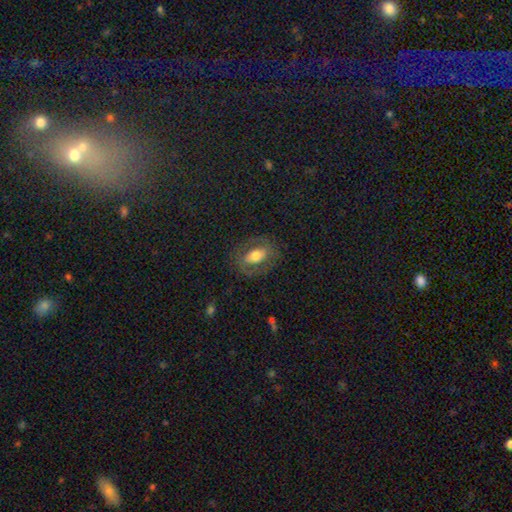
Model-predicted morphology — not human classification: smooth 49%, featured or disk 42%, star or artifact 9%. Down the decision tree: merging — none (76%).